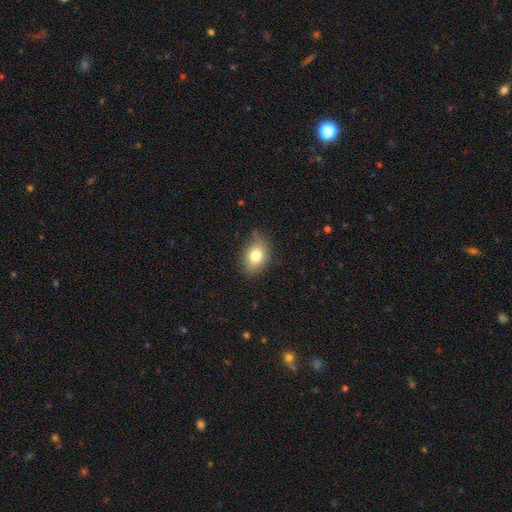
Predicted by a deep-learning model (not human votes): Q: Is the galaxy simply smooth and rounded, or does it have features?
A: smooth — 77%.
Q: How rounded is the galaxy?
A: in between — 63%.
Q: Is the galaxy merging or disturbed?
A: none — 65%.